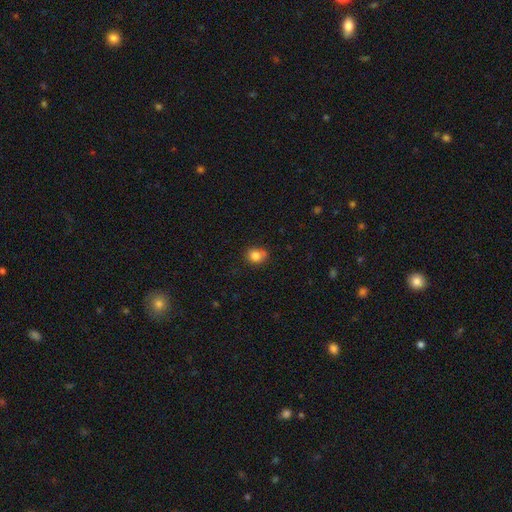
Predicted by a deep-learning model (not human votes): A smooth galaxy with no disk features (83%) that is round (70%). Merging: none (63%).